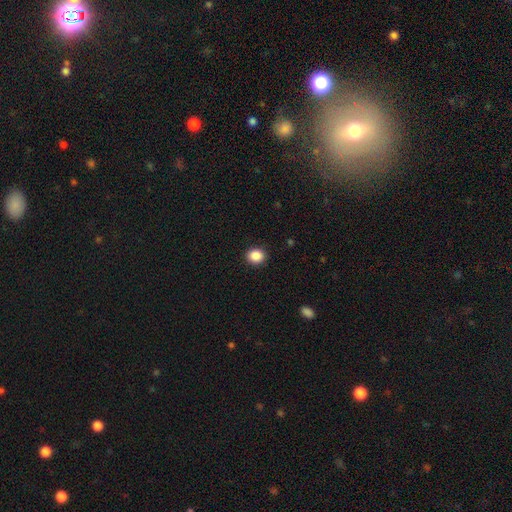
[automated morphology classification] smooth-or-featured: smooth: 88% | star or artifact: 9% | featured or disk: 3%
  how-rounded: round: 71% | in between: 28% | cigar-shaped: 1%
  merging: none: 91% | minor disturbance: 6% | major disturbance: 2% | merger: 1%